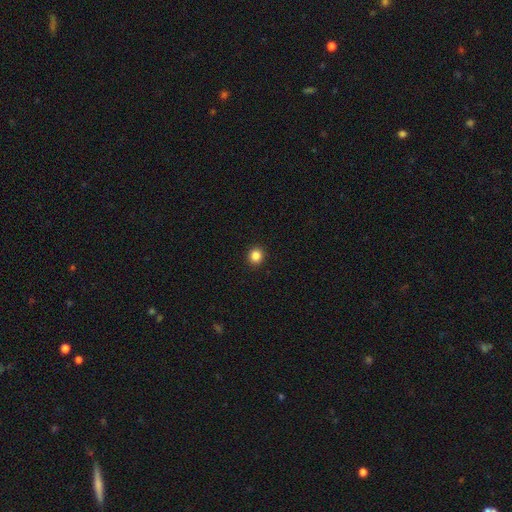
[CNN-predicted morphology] This appears to be a smooth galaxy with no disk features (86%) that is round (88%). Merging: none (93%).